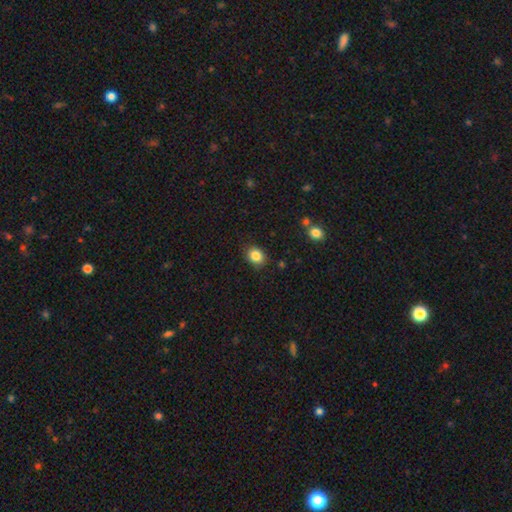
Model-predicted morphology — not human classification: smooth_or_featured: smooth (p=0.85) [alt: star or artifact p=0.09]
how_rounded: round (p=0.52) [alt: in between p=0.47]
merging: none (p=0.86) [alt: minor disturbance p=0.10]